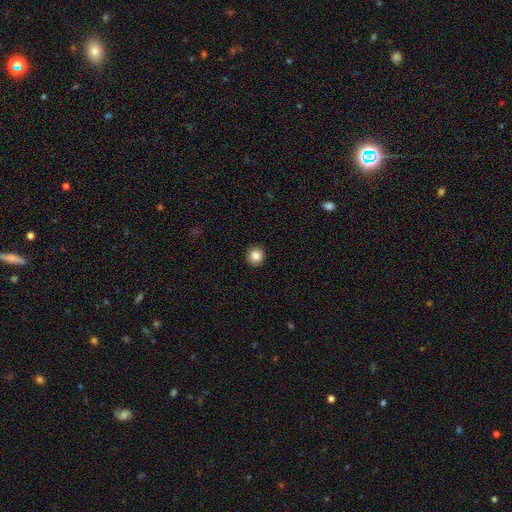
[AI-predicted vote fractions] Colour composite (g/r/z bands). It shows a smooth galaxy with no disk features (85%) that is round (92%). Merging: none (91%).